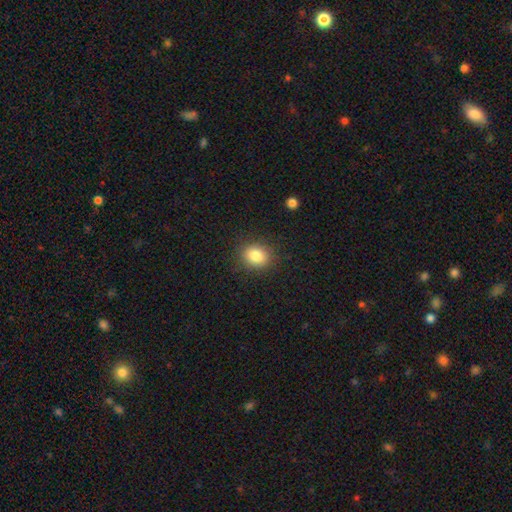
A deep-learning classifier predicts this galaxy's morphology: smooth 84%, star or artifact 10%, featured or disk 6%. Down the decision tree: how rounded — round (60%); merging — none (88%).